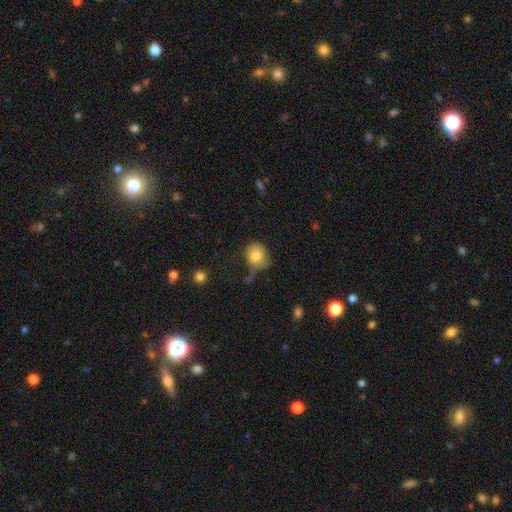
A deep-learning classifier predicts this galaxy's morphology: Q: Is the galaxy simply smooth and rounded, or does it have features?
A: smooth — 79%.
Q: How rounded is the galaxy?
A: round — 79%.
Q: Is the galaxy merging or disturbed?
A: none — 51%.